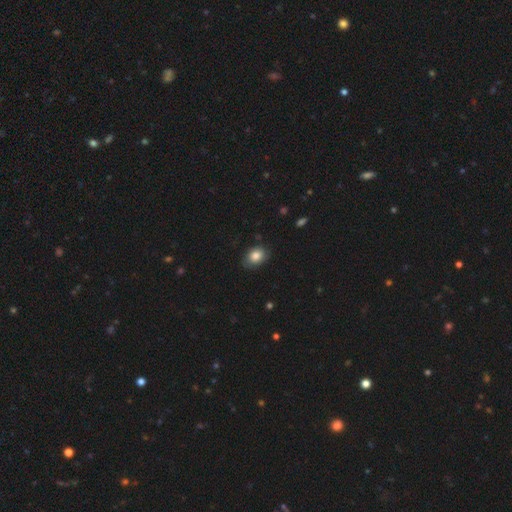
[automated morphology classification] Smooth or featured?
  - smooth: 82% *
  - featured or disk: 10%
  - star or artifact: 8%
How rounded?
  - in between: 73% *
  - round: 26%
  - cigar-shaped: 1%
Merging?
  - none: 77% *
  - minor disturbance: 18%
  - major disturbance: 4%
  - merger: 1%